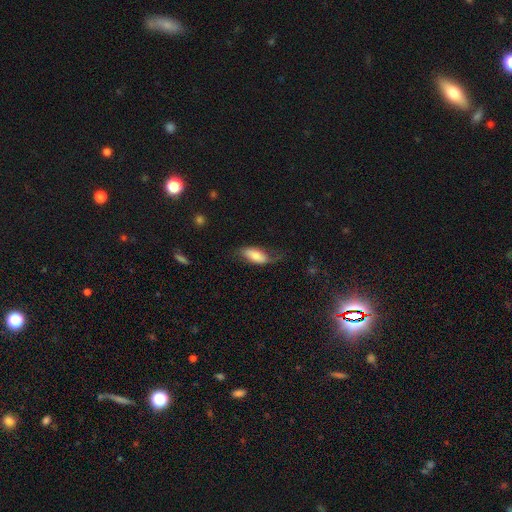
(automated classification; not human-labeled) Smooth or featured?
  - smooth: 67% *
  - featured or disk: 26%
  - star or artifact: 7%
How rounded?
  - in between: 80% *
  - cigar-shaped: 17%
  - round: 3%
Merging?
  - none: 45% *
  - minor disturbance: 33%
  - major disturbance: 20%
  - merger: 2%